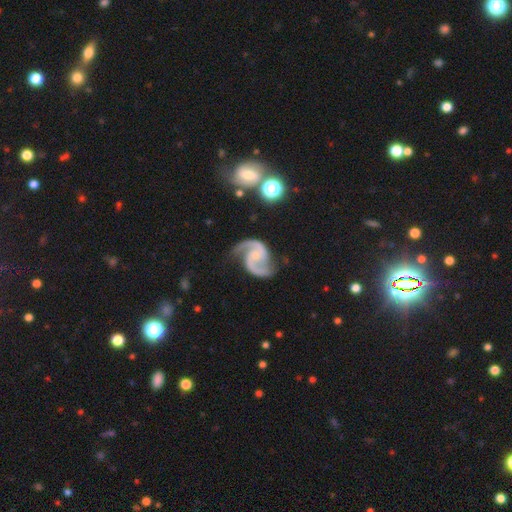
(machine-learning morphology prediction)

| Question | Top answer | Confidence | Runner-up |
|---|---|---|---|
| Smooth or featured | featured or disk | 93% | star or artifact (4%) |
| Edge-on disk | no | 98% | yes (2%) |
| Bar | no | 58% | weak (33%) |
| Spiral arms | yes | 98% | no (2%) |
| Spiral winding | medium | 62% | loose (23%) |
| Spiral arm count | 2 | 94% | 1 (1%) |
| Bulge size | small | 61% | none (18%) |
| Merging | none | 74% | minor disturbance (16%) |